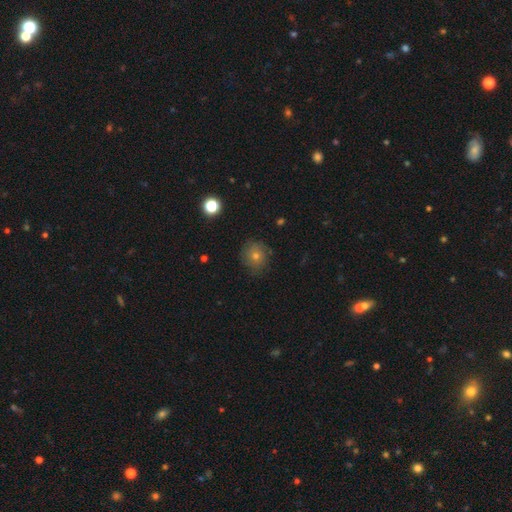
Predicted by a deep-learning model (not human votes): smooth-or-featured: smooth: 58% | star or artifact: 21% | featured or disk: 21%
  how-rounded: round: 85% | in between: 14% | cigar-shaped: 1%
  merging: none: 82% | minor disturbance: 13% | major disturbance: 4% | merger: 1%